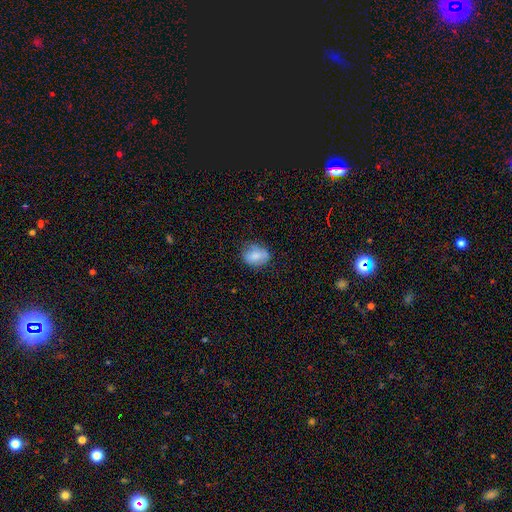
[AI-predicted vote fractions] Q: Smooth or featured?
A: smooth (72%); runner-up: featured or disk (19%)
Q: How rounded?
A: in between (58%); runner-up: round (41%)
Q: Merging?
A: none (64%); runner-up: minor disturbance (26%)